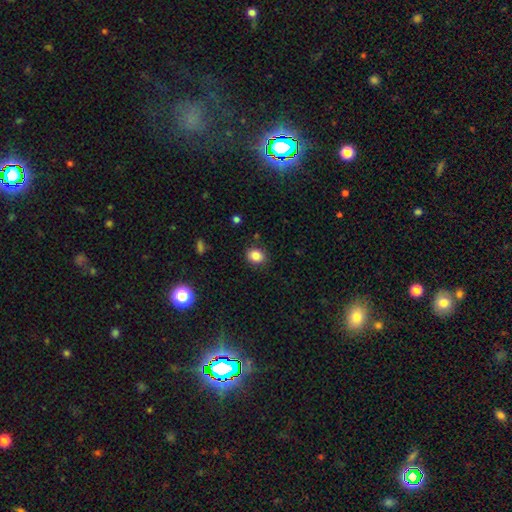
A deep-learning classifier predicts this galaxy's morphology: Q: Smooth or featured?
A: smooth (85%); runner-up: star or artifact (10%)
Q: How rounded?
A: round (50%); runner-up: in between (49%)
Q: Merging?
A: none (85%); runner-up: minor disturbance (11%)